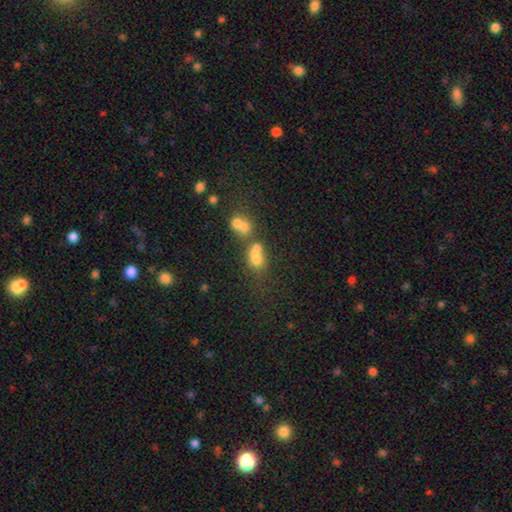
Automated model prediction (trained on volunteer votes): Smooth or featured? Predicted: smooth (p=0.59). How rounded? Predicted: round (p=0.51). Merging? Predicted: merger (p=0.55).